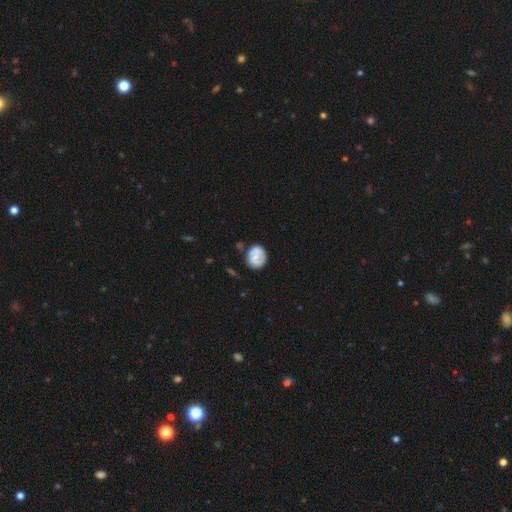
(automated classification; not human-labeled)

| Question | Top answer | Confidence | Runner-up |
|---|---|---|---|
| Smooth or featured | smooth | 55% | featured or disk (37%) |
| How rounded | round | 70% | in between (28%) |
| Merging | none | 57% | minor disturbance (25%) |